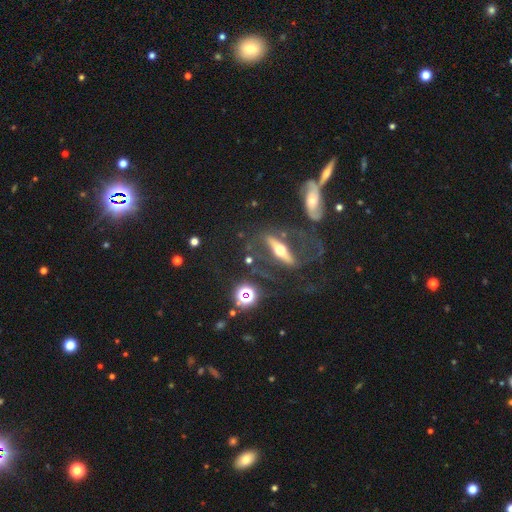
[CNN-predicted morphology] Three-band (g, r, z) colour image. It shows a featured or disk galaxy (62%). Merging: none (50%).